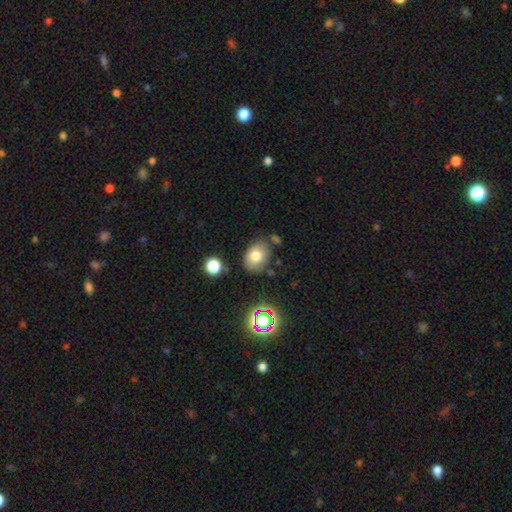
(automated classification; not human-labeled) This appears to be a smooth galaxy with no disk features (77%) that is in between round and cigar-shaped (70%). Merging: none (74%).